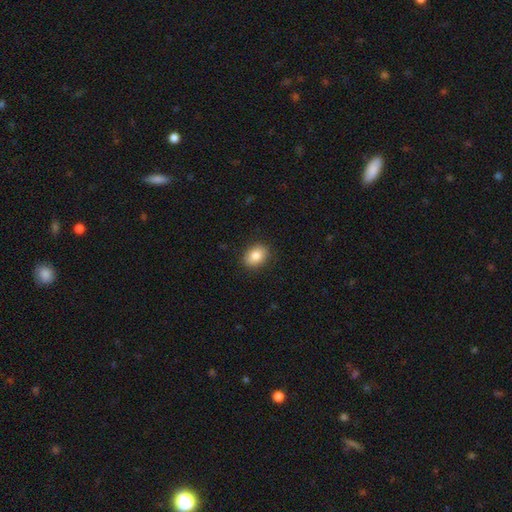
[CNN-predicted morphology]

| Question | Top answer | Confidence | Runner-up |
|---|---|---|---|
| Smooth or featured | smooth | 84% | star or artifact (8%) |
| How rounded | in between | 67% | round (32%) |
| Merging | none | 89% | minor disturbance (8%) |